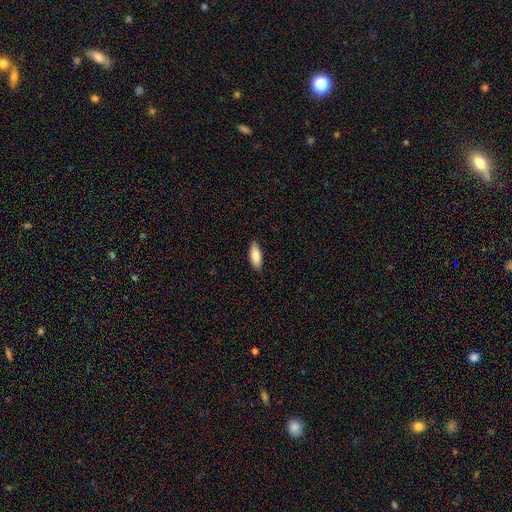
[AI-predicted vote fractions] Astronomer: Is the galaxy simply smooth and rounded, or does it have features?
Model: smooth — 87%.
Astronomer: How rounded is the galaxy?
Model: in between — 74%.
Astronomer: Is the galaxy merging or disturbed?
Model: none — 87%.